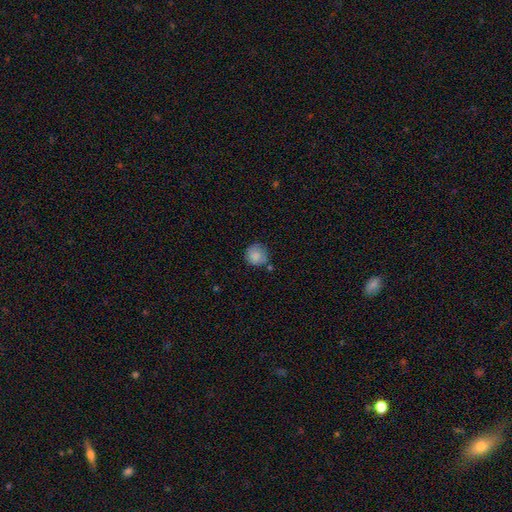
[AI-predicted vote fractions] Overall: smooth (85%). How rounded: round (91%). Merging: none (70%).